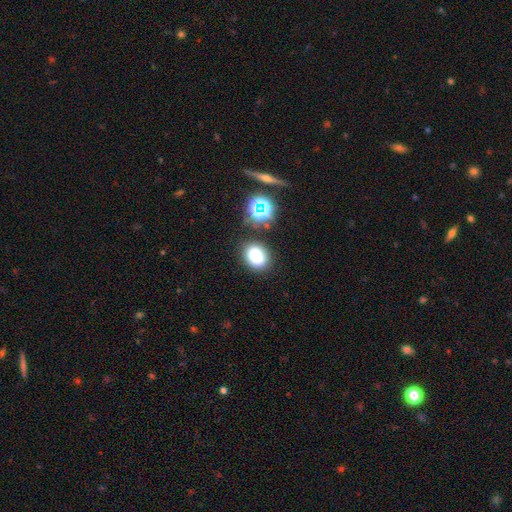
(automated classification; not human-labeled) Smooth or featured? Predicted: smooth (p=0.77). How rounded? Predicted: in between (p=0.56). Merging? Predicted: none (p=0.74).